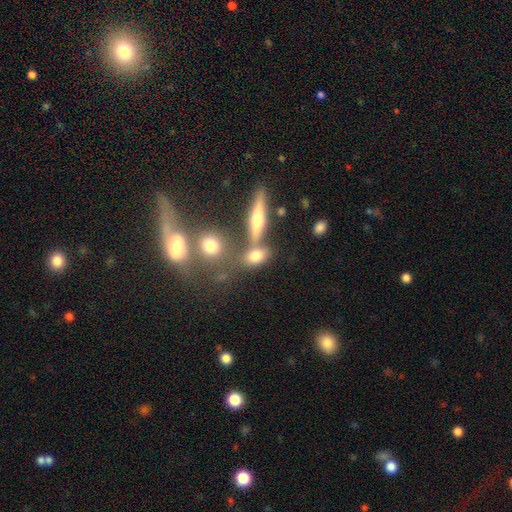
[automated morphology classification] This appears to be a smooth galaxy with no disk features (70%) that is in between round and cigar-shaped (60%). Merging: none (57%).